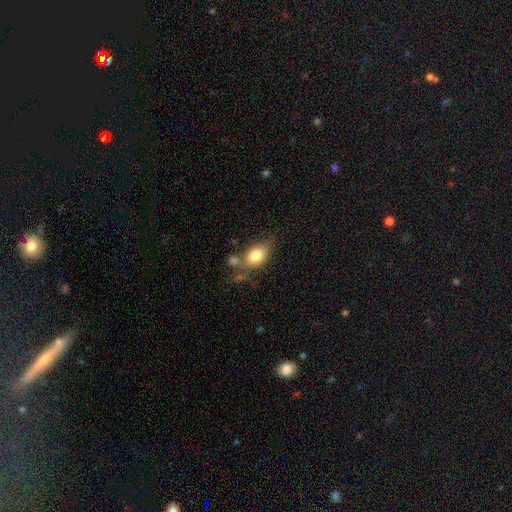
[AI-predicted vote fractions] Q: Smooth or featured?
A: smooth (79%); runner-up: featured or disk (13%)
Q: How rounded?
A: in between (81%); runner-up: round (16%)
Q: Merging?
A: none (52%); runner-up: minor disturbance (20%)